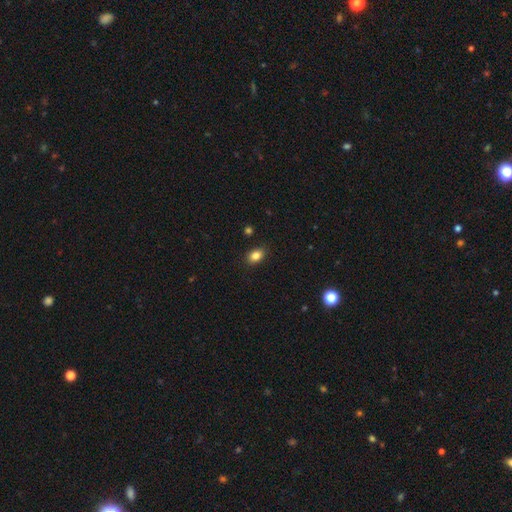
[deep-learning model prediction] Morphology: type=smooth (85%); roundness=in between (79%); merging=none (87%).